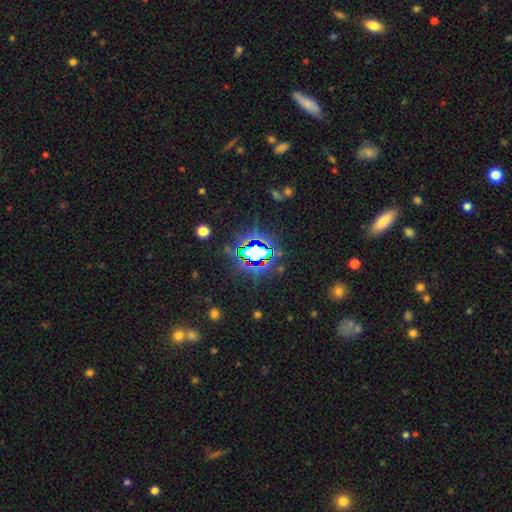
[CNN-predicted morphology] The model was most divided on "smooth or featured": star or artifact: 74%, smooth: 15%, featured or disk: 11%.